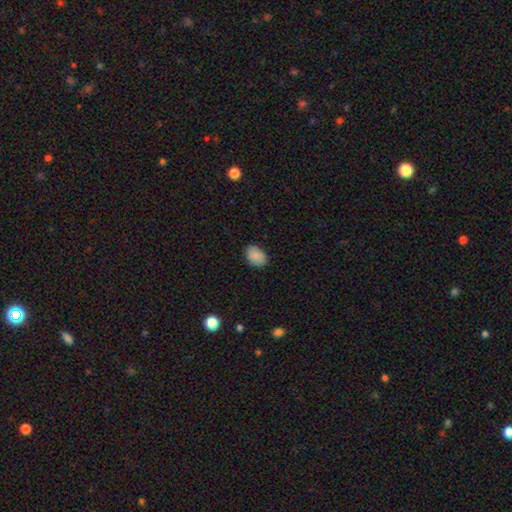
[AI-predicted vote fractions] smooth-or-featured: smooth: 85% | star or artifact: 8% | featured or disk: 7%
  how-rounded: in between: 78% | round: 21% | cigar-shaped: 1%
  merging: none: 83% | minor disturbance: 14% | major disturbance: 3% | merger: 1%